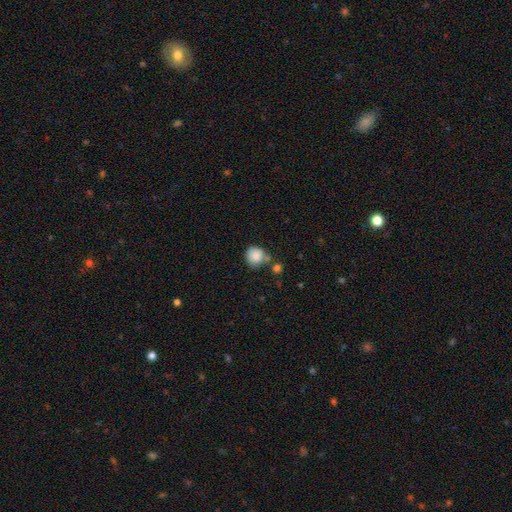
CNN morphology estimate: smooth_or_featured: smooth (p=0.85) [alt: star or artifact p=0.08]
how_rounded: round (p=0.87) [alt: in between p=0.12]
merging: none (p=0.58) [alt: merger p=0.19]